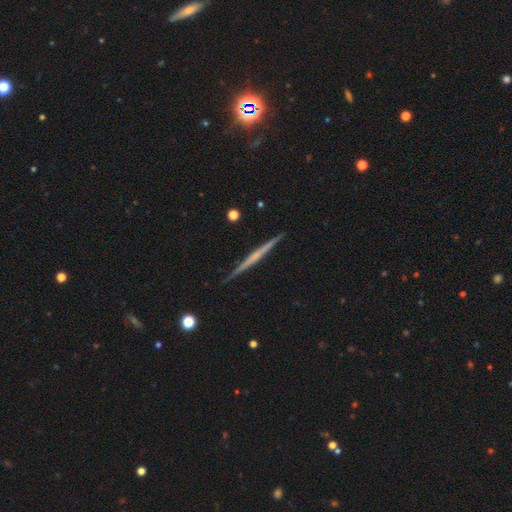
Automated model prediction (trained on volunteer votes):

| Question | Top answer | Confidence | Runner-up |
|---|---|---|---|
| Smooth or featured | featured or disk | 69% | smooth (26%) |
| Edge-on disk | yes | 98% | no (2%) |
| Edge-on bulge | none | 71% | rounded (21%) |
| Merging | none | 92% | minor disturbance (6%) |